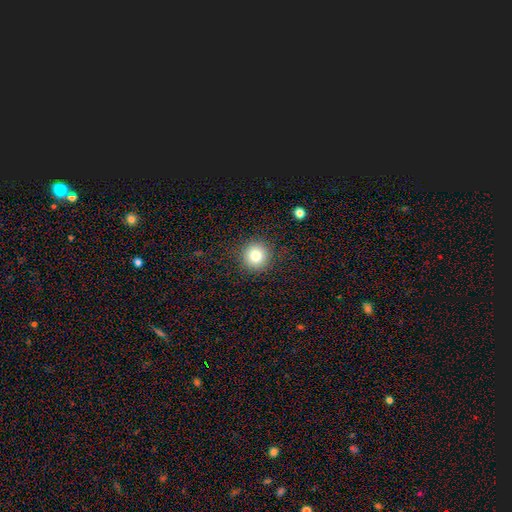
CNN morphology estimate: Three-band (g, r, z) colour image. It shows a smooth galaxy with no disk features (80%) that is round (94%). Merging: none (90%).